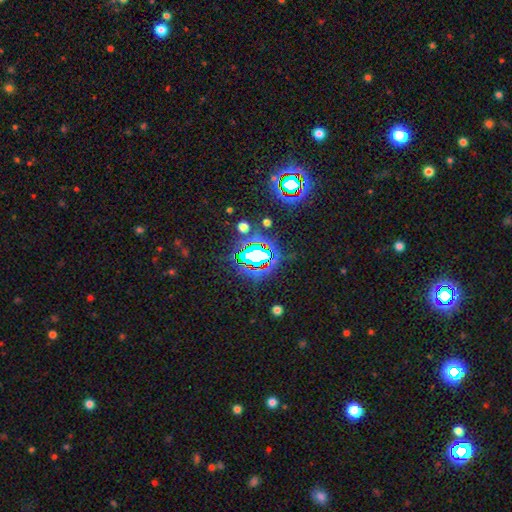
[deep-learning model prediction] smooth_or_featured: star or artifact (p=0.70) [alt: smooth p=0.18]